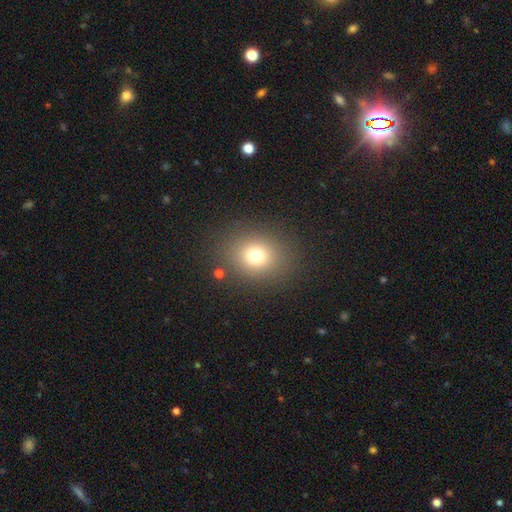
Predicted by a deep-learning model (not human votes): Overall: smooth (74%). How rounded: round (70%). Merging: none (85%).